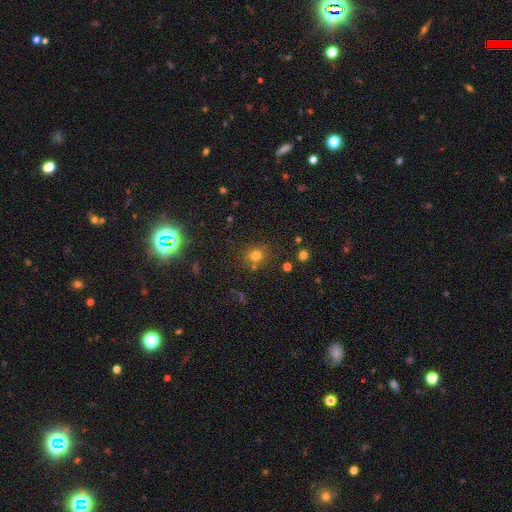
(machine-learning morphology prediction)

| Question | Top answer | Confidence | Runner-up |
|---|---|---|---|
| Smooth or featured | smooth | 72% | star or artifact (20%) |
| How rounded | round | 82% | in between (17%) |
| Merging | none | 77% | minor disturbance (11%) |